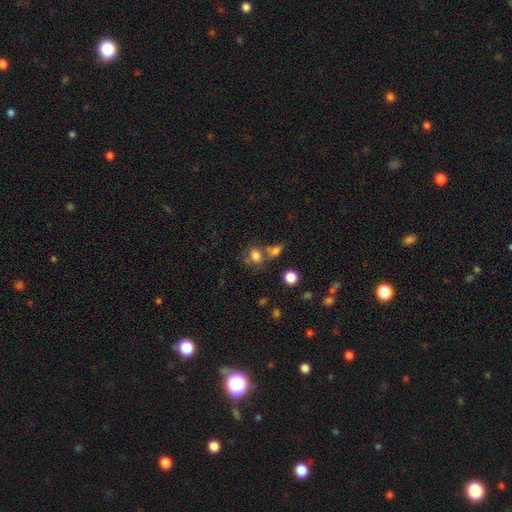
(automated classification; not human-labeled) Smooth or featured: smooth — 76% (star or artifact — 14%)
How rounded: in between — 60% (round — 39%)
Merging: none — 46% (merger — 32%)